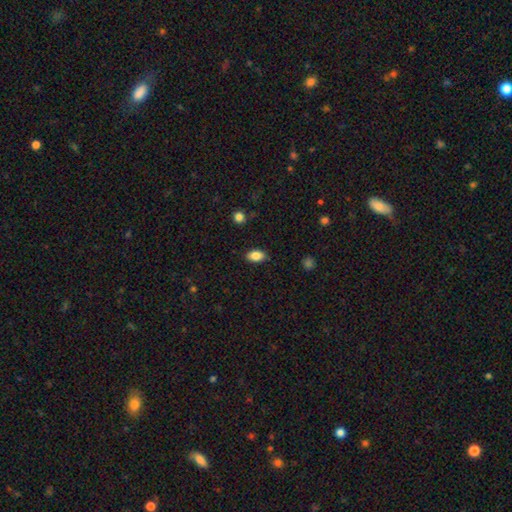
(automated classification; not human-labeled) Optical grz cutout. It shows a smooth galaxy with no disk features (85%) that is in between round and cigar-shaped (89%). Merging: none (86%).